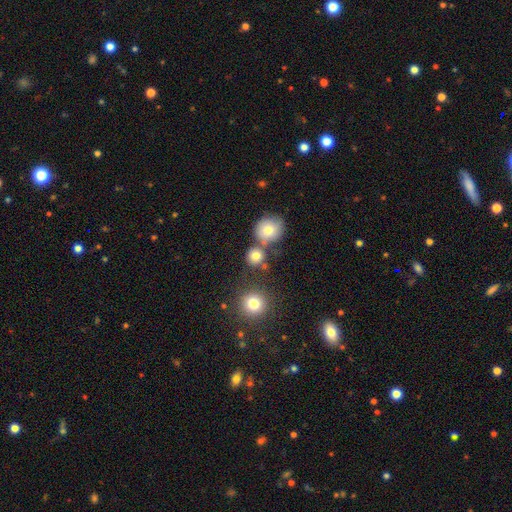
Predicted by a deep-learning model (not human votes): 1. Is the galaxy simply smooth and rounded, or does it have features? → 80% smooth, 12% star or artifact, 8% featured or disk.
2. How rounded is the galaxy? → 89% round, 10% in between, 1% cigar-shaped.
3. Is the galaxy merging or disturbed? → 65% none, 23% merger, 9% minor disturbance, 4% major disturbance.